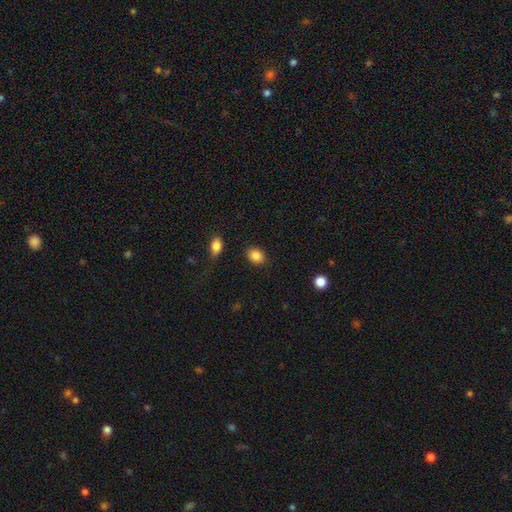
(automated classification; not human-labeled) This appears to be a smooth galaxy with no disk features (88%) that is in between round and cigar-shaped (57%). Merging: none (86%).